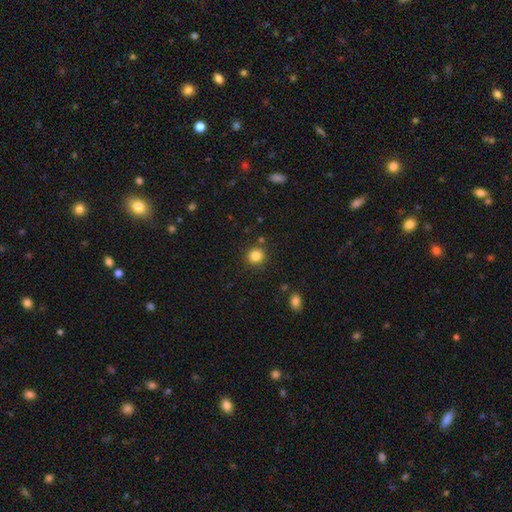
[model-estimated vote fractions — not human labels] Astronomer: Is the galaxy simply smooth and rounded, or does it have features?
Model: smooth — 83%.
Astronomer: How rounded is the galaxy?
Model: round — 90%.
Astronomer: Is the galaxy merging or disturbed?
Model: none — 85%.